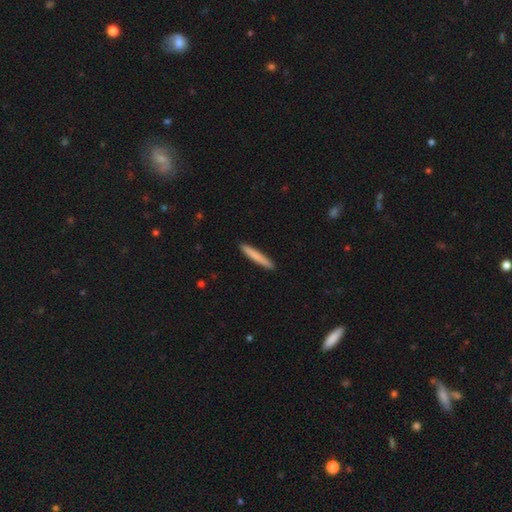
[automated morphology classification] This appears to be a smooth galaxy with no disk features (80%) that is cigar-shaped (96%). Merging: none (92%).